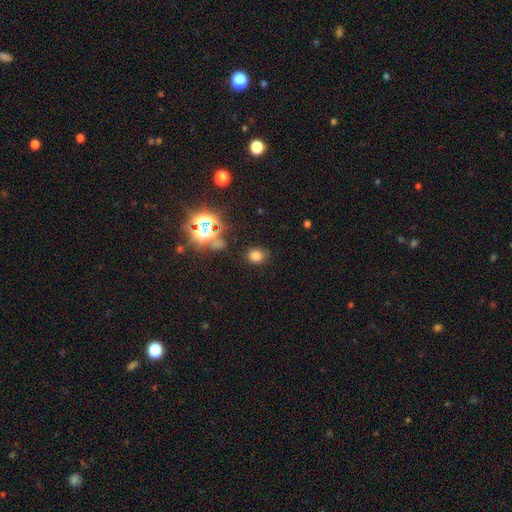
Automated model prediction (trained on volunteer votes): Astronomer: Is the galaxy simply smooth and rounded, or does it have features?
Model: smooth — 73%.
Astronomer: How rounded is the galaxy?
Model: round — 70%.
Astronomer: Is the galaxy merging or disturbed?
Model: none — 82%.